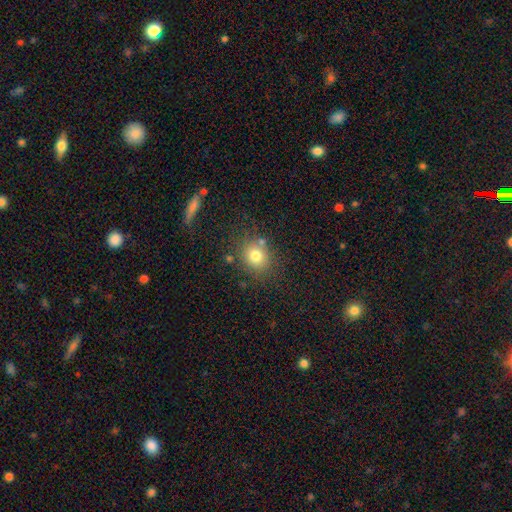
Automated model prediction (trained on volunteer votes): smooth-or-featured: smooth: 77% | star or artifact: 13% | featured or disk: 10%
  how-rounded: round: 76% | in between: 23% | cigar-shaped: 1%
  merging: none: 76% | minor disturbance: 12% | merger: 7% | major disturbance: 4%